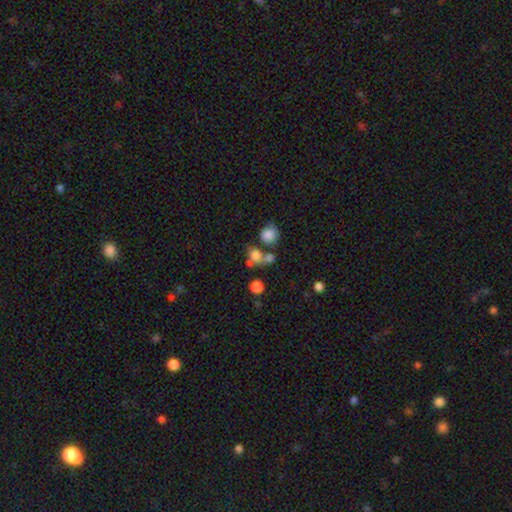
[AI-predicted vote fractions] Smooth or featured? Predicted: smooth (p=0.75). How rounded? Predicted: round (p=0.77). Merging? Predicted: none (p=0.47).